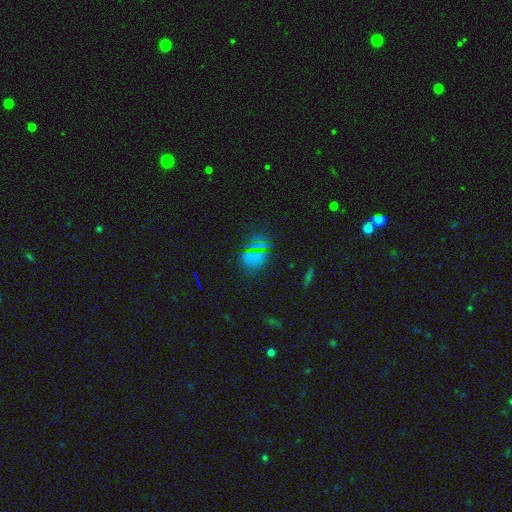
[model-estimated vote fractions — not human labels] Morphology: type=smooth (49%); merging=none (80%).